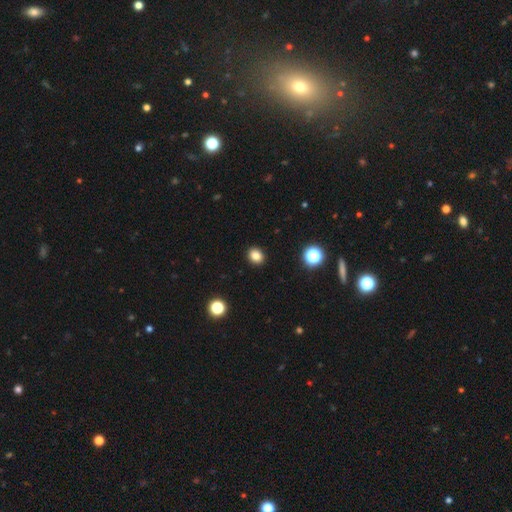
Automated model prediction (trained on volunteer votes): This is clearly a smooth galaxy (84%). How rounded: possibly round (60%). Merging: clearly none (91%).